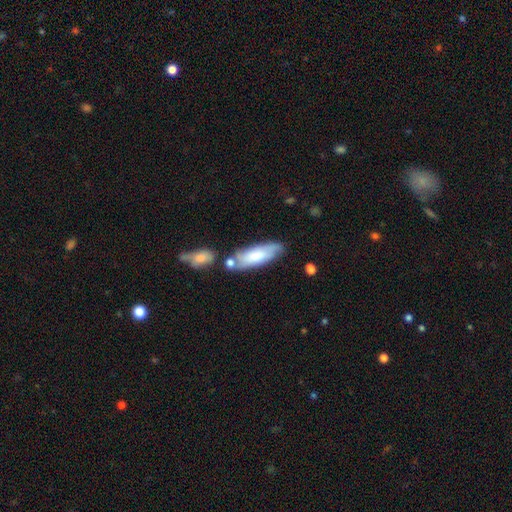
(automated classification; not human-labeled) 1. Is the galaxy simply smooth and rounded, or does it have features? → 68% smooth, 25% featured or disk, 7% star or artifact.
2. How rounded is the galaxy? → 64% in between, 34% cigar-shaped, 2% round.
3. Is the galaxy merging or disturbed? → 59% none, 19% minor disturbance, 17% merger, 5% major disturbance.